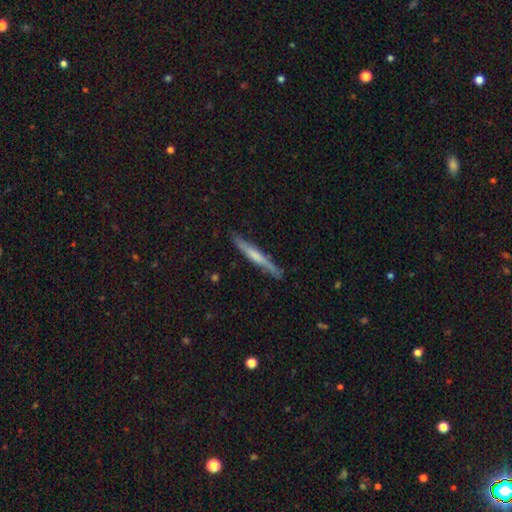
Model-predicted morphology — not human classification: type=featured or disk (51%); edge-on=yes (95%); merging=none (83%).